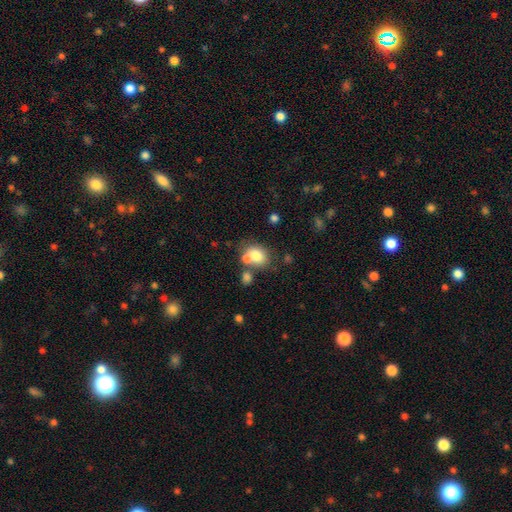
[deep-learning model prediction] This appears to be a smooth galaxy with no disk features (74%) that is round (51%). Merging: none (48%).